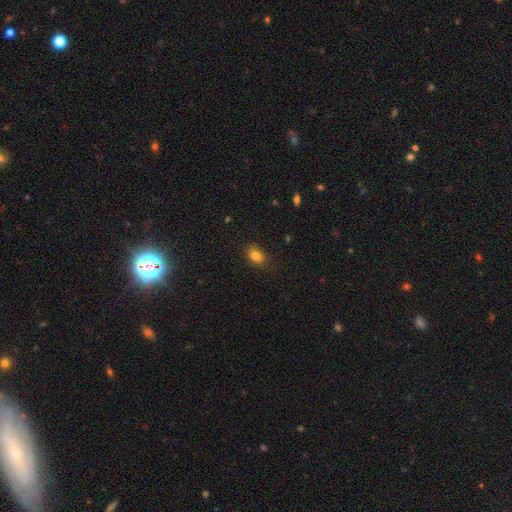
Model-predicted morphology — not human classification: A smooth galaxy with no disk features (82%) that is in between round and cigar-shaped (71%). Merging: none (82%).